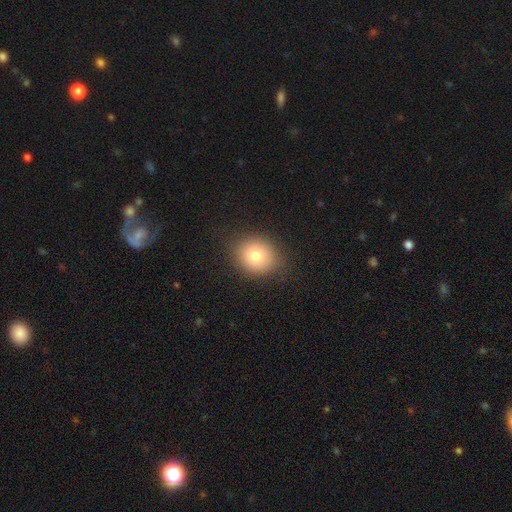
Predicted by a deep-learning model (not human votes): smooth 79%, featured or disk 11%, star or artifact 11%. Down the decision tree: how rounded — round (72%); merging — none (85%).